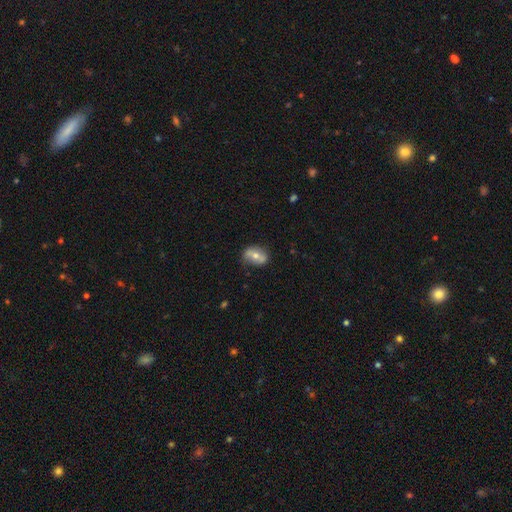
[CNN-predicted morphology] A smooth galaxy with no disk features (49%).

Vote fractions:
- Smooth or featured? smooth: 49% / featured or disk: 43% / star or artifact: 8%
- Merging? none: 72% / minor disturbance: 20% / major disturbance: 5% / merger: 3%